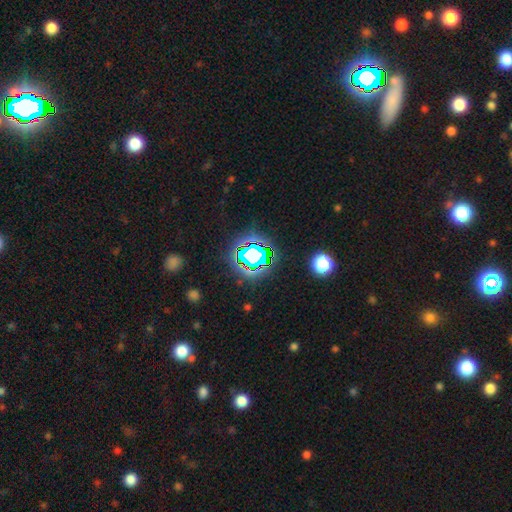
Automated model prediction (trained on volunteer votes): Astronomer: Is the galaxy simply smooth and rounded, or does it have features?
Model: star or artifact — 71%.